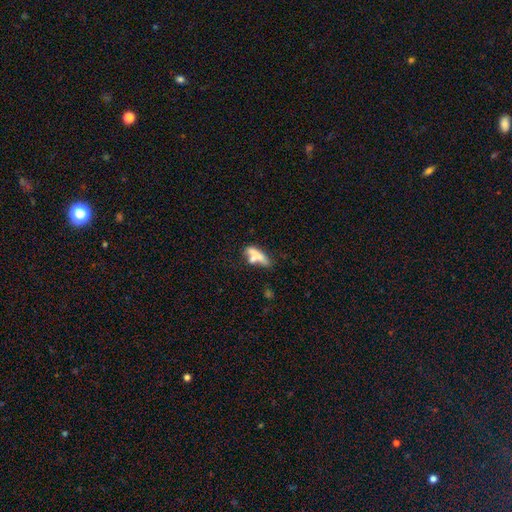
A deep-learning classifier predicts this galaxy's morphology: smooth 62%, featured or disk 28%, star or artifact 10%. Down the decision tree: how rounded — cigar-shaped (54%); merging — merger (36%).